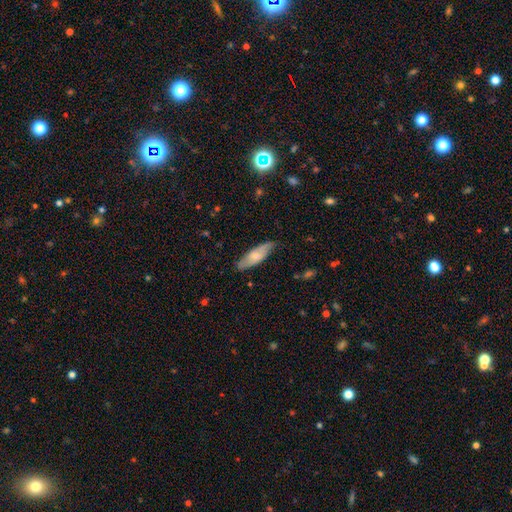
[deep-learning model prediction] Smooth or featured?
  - smooth: 63% *
  - featured or disk: 32%
  - star or artifact: 6%
How rounded?
  - in between: 53% *
  - cigar-shaped: 45%
  - round: 2%
Merging?
  - none: 79% *
  - minor disturbance: 17%
  - major disturbance: 3%
  - merger: 1%